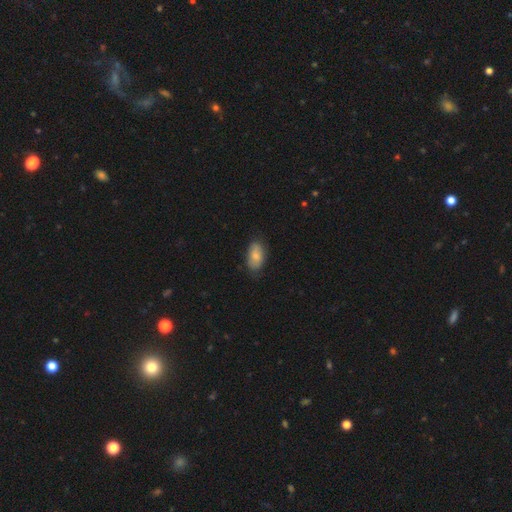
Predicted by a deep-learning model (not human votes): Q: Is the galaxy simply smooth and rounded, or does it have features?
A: smooth — 80%.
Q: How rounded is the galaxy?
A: in between — 93%.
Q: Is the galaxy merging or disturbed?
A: none — 73%.